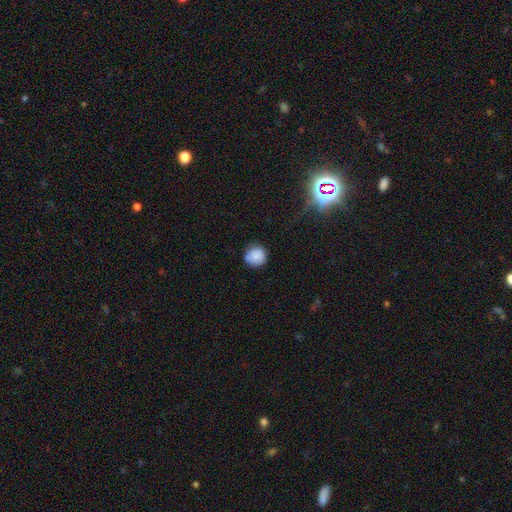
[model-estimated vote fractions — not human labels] smooth 85%, star or artifact 9%, featured or disk 6%. Down the decision tree: how rounded — round (93%); merging — none (77%).